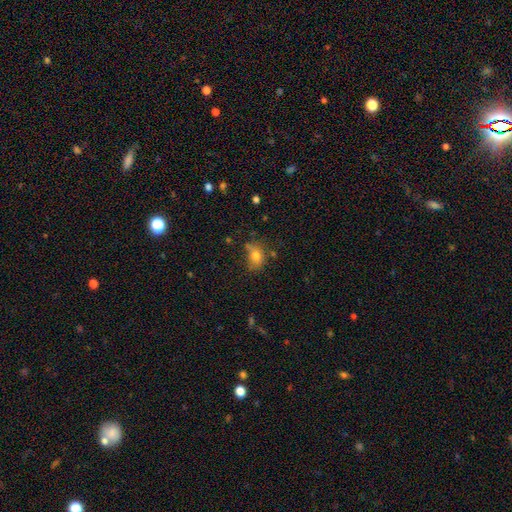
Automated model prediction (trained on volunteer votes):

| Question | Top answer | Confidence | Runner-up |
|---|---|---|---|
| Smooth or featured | smooth | 76% | star or artifact (12%) |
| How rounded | in between | 58% | round (40%) |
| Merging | none | 51% | minor disturbance (30%) |